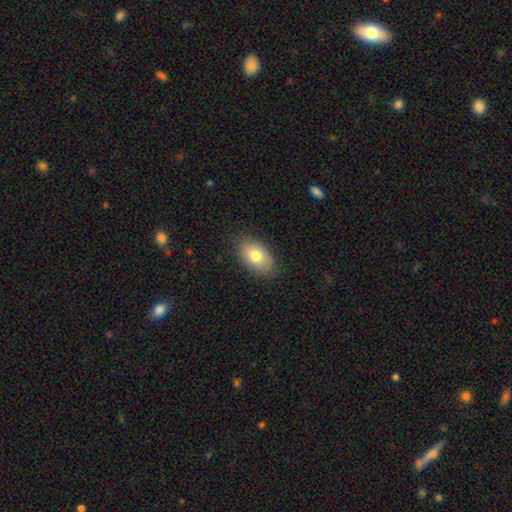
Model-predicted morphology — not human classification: A smooth galaxy with no disk features (77%) that is in between round and cigar-shaped (90%).

Vote fractions:
- Smooth or featured? smooth: 77% / featured or disk: 16% / star or artifact: 8%
- How rounded? in between: 90% / round: 9% / cigar-shaped: 1%
- Merging? none: 84% / minor disturbance: 12% / major disturbance: 3% / merger: 1%